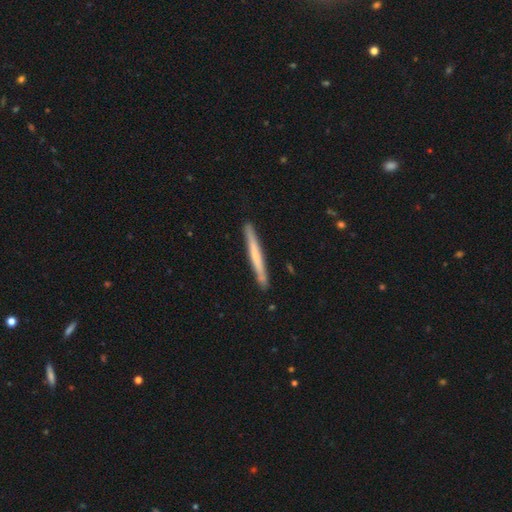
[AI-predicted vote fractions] Morphology: type=smooth (51%); roundness=cigar-shaped (97%); merging=none (90%).